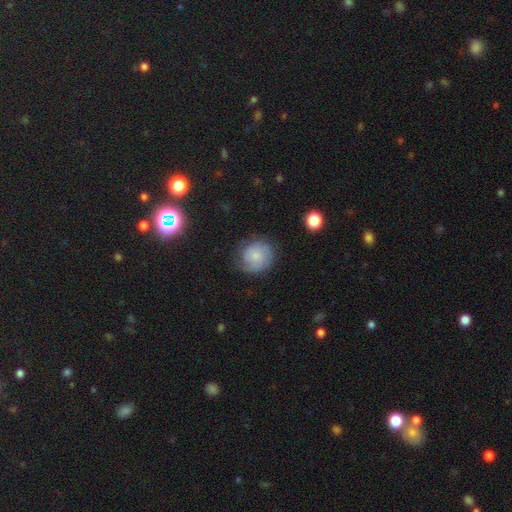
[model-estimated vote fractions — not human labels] A smooth galaxy with no disk features (60%) that is round (87%). Merging: none (67%).